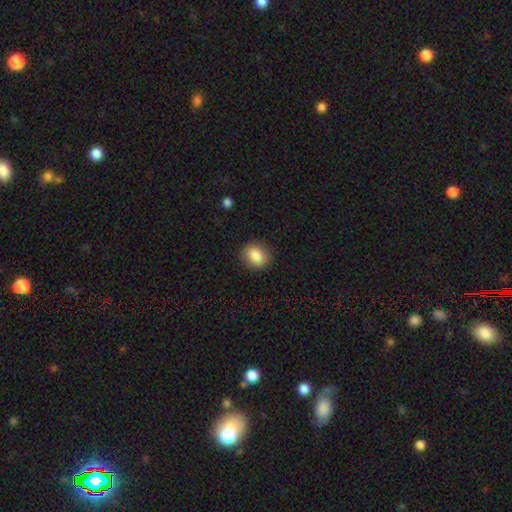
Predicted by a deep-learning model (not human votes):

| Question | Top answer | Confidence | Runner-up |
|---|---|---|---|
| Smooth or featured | smooth | 84% | star or artifact (8%) |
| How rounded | round | 62% | in between (37%) |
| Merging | none | 88% | minor disturbance (8%) |